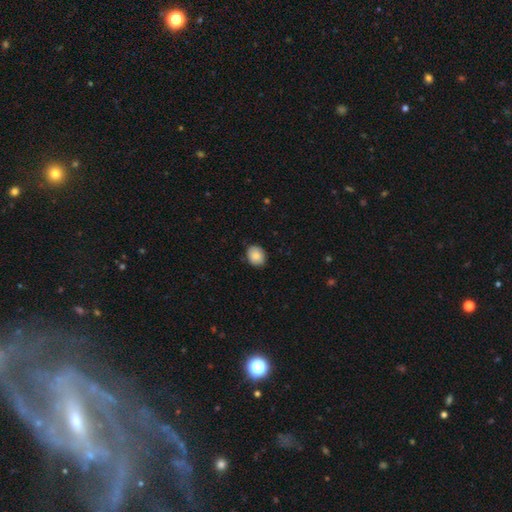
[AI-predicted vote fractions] A smooth galaxy with no disk features (86%) that is round (51%).

Vote fractions:
- Smooth or featured? smooth: 86% / star or artifact: 8% / featured or disk: 7%
- How rounded? round: 51% / in between: 48% / cigar-shaped: 1%
- Merging? none: 84% / minor disturbance: 13% / major disturbance: 2% / merger: 1%